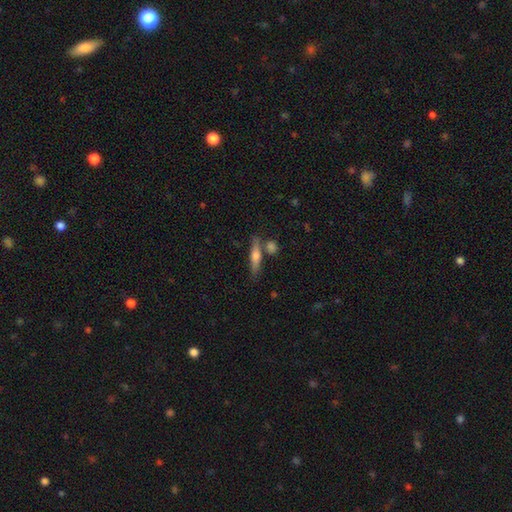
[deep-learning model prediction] smooth 49%, featured or disk 44%, star or artifact 7%. Down the decision tree: merging — none (74%).